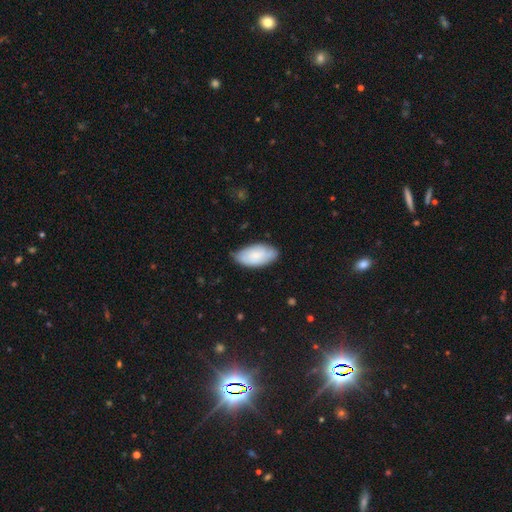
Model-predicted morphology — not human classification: smooth_or_featured: smooth (p=0.71) [alt: featured or disk p=0.23]
how_rounded: in between (p=0.94) [alt: cigar-shaped p=0.04]
merging: none (p=0.71) [alt: minor disturbance p=0.24]